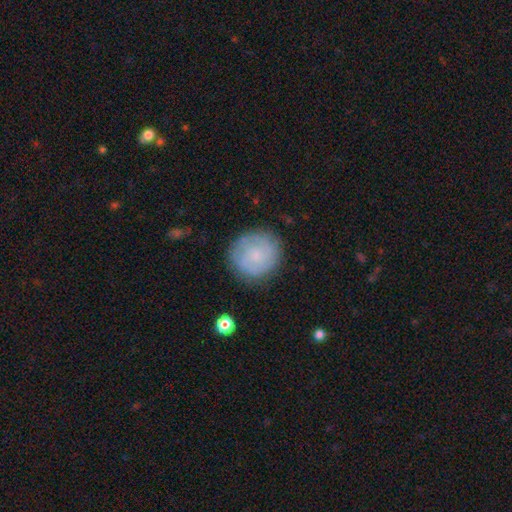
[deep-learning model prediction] Smooth or featured?
  - featured or disk: 54% *
  - smooth: 38%
  - star or artifact: 7%
Edge-on disk?
  - no: 98% *
  - yes: 2%
Bar?
  - no: 70% *
  - weak: 26%
  - strong: 4%
Spiral arms?
  - yes: 88% *
  - no: 12%
Bulge size?
  - small: 61% *
  - none: 20%
  - moderate: 16%
  - large: 2%
  - dominant: 1%
Merging?
  - none: 84% *
  - minor disturbance: 11%
  - major disturbance: 4%
  - merger: 1%